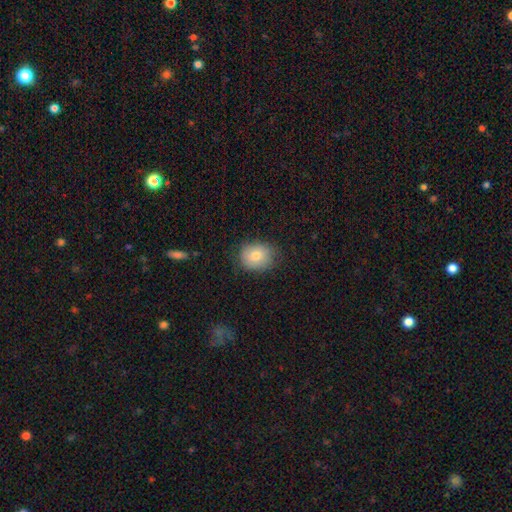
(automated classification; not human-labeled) Overall: smooth (77%). How rounded: round (53%; in between 47%). Merging: none (77%).